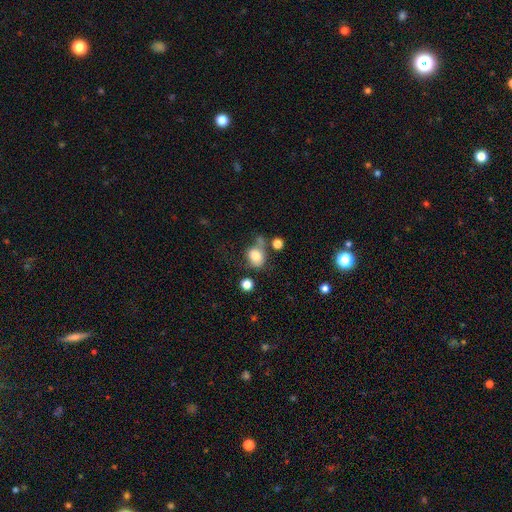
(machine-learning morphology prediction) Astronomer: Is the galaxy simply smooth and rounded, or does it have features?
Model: smooth — 78%.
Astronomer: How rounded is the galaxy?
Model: round — 50% (runner-up: in between, 49%).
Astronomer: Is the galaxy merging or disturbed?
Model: none — 43% (runner-up: minor disturbance, 23%).